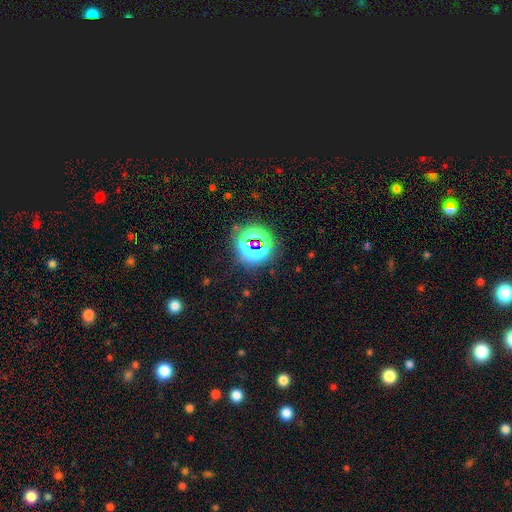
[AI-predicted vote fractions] A star or artifact, not a galaxy (80%).

Vote fractions:
- Smooth or featured? star or artifact: 80% / smooth: 13% / featured or disk: 7%